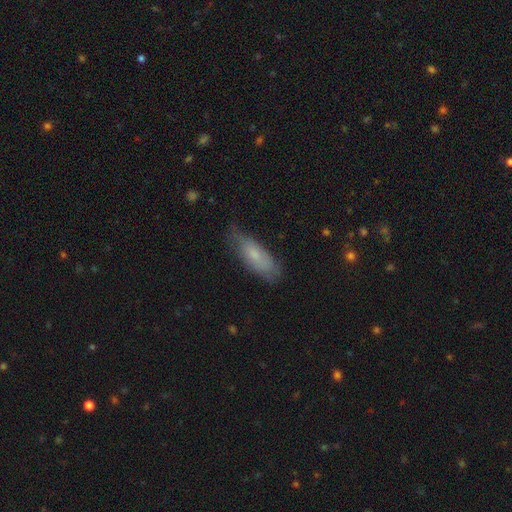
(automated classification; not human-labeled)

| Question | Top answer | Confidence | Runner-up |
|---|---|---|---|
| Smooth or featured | smooth | 68% | featured or disk (24%) |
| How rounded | in between | 60% | cigar-shaped (38%) |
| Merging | none | 64% | minor disturbance (27%) |